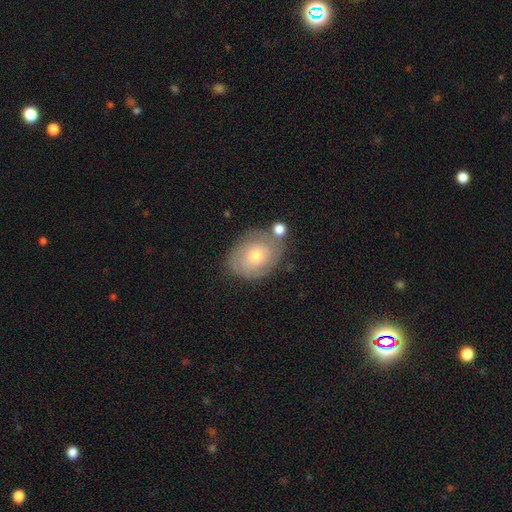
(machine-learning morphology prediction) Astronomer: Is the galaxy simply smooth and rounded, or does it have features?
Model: featured or disk — 55% (runner-up: smooth, 37%).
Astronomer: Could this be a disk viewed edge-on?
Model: no — 95%.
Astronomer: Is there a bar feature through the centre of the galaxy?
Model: no — 82%.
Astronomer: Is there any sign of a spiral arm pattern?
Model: yes — 73%.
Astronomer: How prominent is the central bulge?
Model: moderate — 55% (runner-up: small, 40%).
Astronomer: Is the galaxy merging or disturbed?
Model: none — 62%.